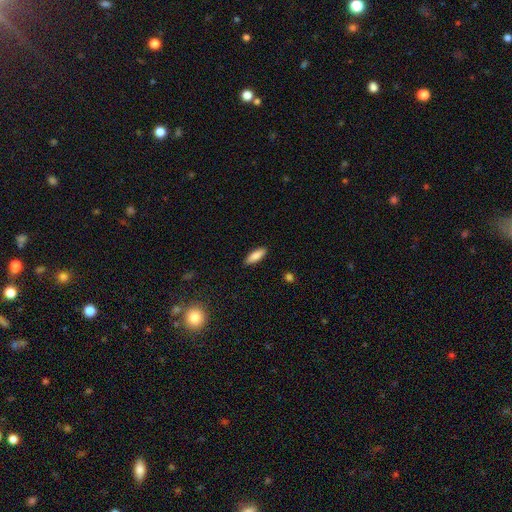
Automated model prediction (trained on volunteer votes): Q: Smooth or featured?
A: smooth (85%); runner-up: featured or disk (9%)
Q: How rounded?
A: in between (63%); runner-up: cigar-shaped (35%)
Q: Merging?
A: none (88%); runner-up: minor disturbance (9%)